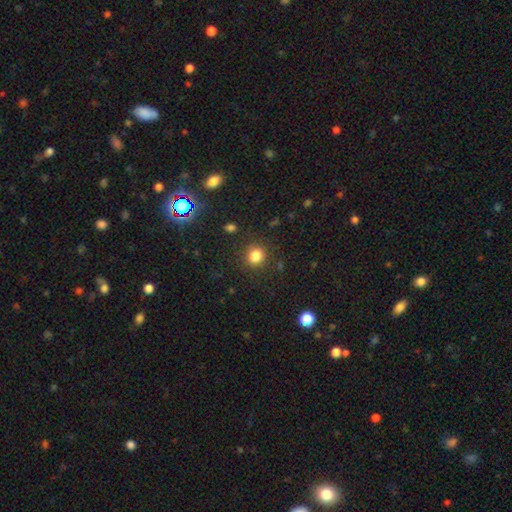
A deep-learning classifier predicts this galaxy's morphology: Overall: smooth (82%). How rounded: round (84%). Merging: none (86%).